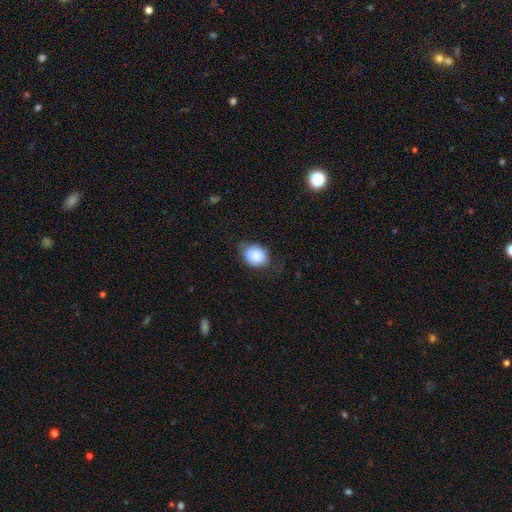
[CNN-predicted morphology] type=smooth (81%); roundness=round (54%); merging=none (54%).